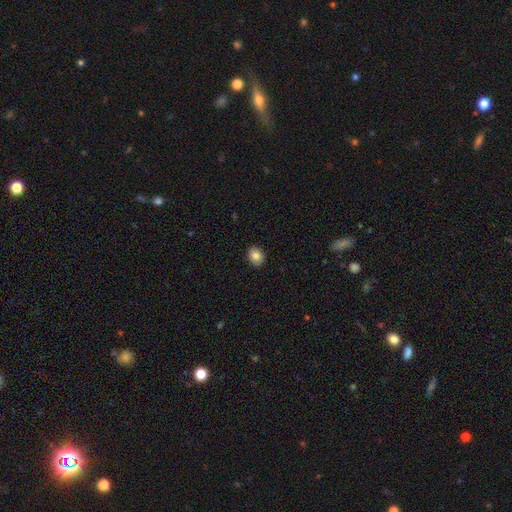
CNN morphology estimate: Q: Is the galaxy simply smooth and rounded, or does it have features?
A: smooth — 84%.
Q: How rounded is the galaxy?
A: in between — 56%.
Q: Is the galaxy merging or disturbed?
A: none — 90%.